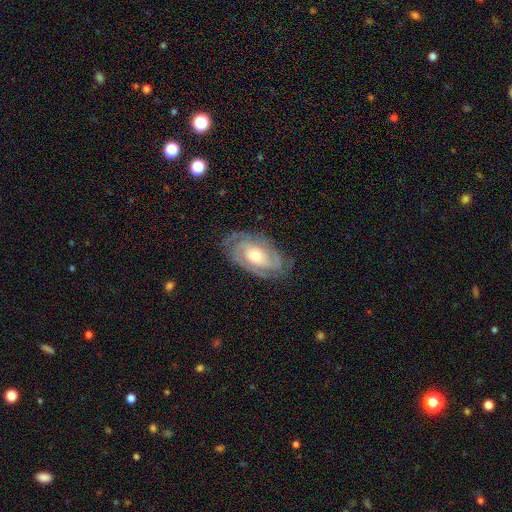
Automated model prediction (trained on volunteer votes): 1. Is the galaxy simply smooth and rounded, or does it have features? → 85% featured or disk, 10% smooth, 5% star or artifact.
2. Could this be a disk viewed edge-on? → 95% no, 5% yes.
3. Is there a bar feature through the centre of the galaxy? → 66% no, 26% weak, 9% strong.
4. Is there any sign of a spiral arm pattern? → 95% yes, 5% no.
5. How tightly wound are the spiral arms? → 67% tight, 28% medium, 6% loose.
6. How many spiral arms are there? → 47% 2, 21% can't tell, 20% 3, 5% 4, 4% 1, 4% more than 4.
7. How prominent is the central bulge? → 67% moderate, 25% small, 6% large, 1% none, 1% dominant.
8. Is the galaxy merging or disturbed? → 77% none, 16% minor disturbance, 5% major disturbance, 1% merger.